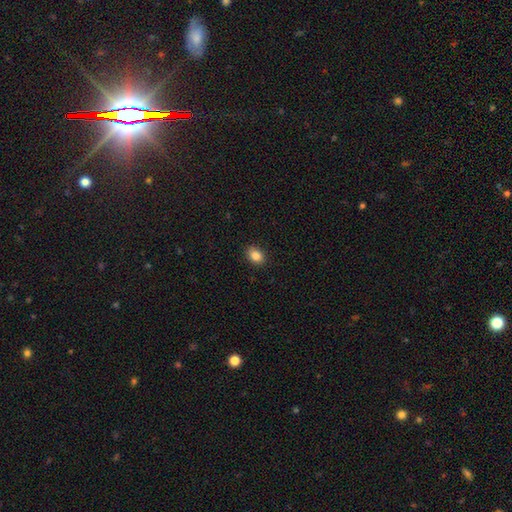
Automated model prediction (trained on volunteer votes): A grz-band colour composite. It shows a smooth galaxy with no disk features (85%) that is in between round and cigar-shaped (65%). Merging: none (88%).